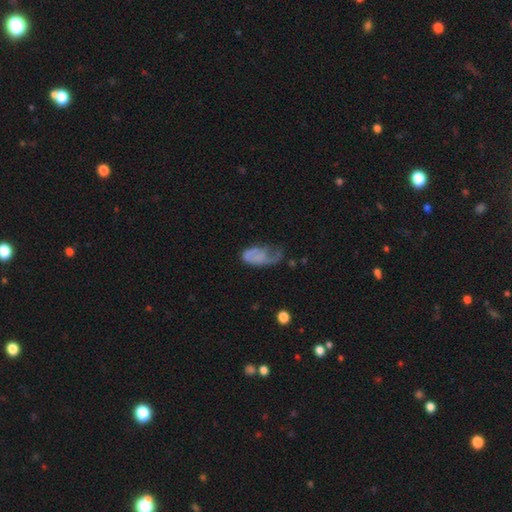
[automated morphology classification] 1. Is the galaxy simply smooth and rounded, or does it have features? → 46% smooth, 44% featured or disk, 10% star or artifact.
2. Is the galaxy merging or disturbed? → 42% major disturbance, 28% minor disturbance, 25% none, 4% merger.